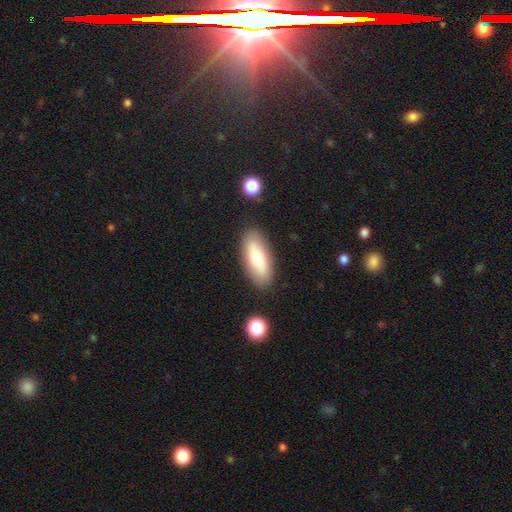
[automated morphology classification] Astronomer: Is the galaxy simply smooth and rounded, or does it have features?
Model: smooth — 66%.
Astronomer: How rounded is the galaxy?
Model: in between — 81%.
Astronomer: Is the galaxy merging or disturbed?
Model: none — 86%.